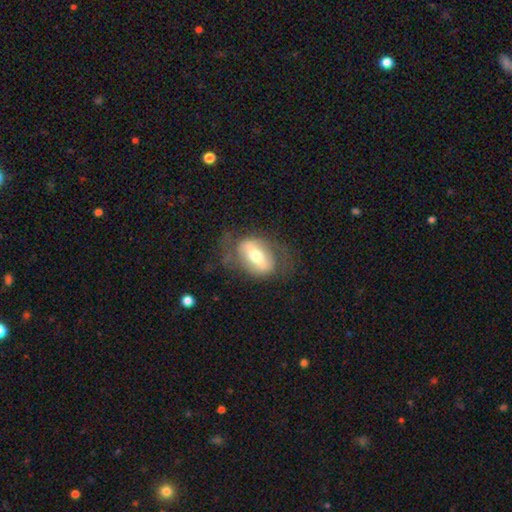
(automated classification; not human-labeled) Smooth or featured? featured or disk (57%)
Edge-on disk? no (84%)
Merging? none (62%)